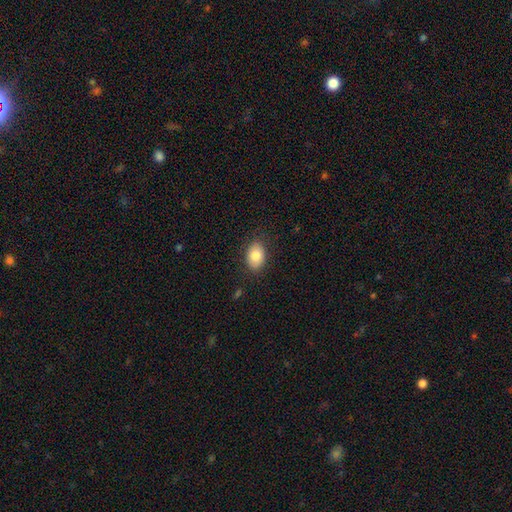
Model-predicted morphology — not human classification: This appears to be a smooth galaxy with no disk features (83%) that is in between round and cigar-shaped (84%). Merging: none (84%).